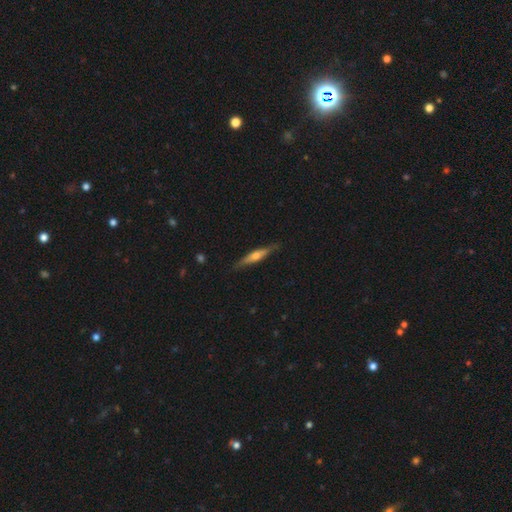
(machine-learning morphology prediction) This appears to be a featured or disk galaxy (61%) viewed edge-on (95%) with a rounded central bulge (84%). Merging: none (86%).